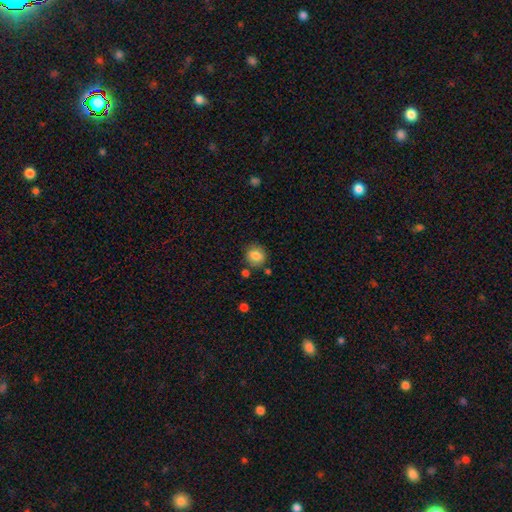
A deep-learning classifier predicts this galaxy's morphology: Q: Smooth or featured?
A: smooth (84%); runner-up: star or artifact (9%)
Q: How rounded?
A: round (84%); runner-up: in between (15%)
Q: Merging?
A: none (81%); runner-up: minor disturbance (11%)